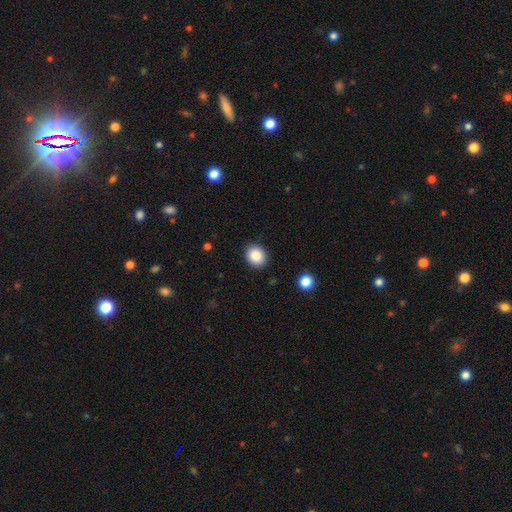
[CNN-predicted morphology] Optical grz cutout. It shows a smooth galaxy with no disk features (87%) that is round (67%). Merging: none (90%).